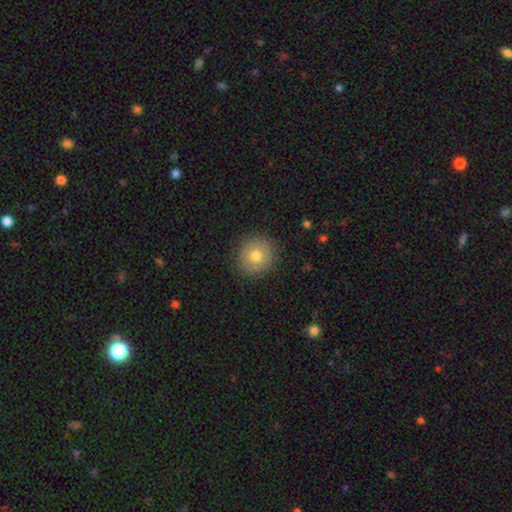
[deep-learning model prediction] smooth 76%, featured or disk 14%, star or artifact 10%. Down the decision tree: how rounded — round (89%); merging — none (88%).